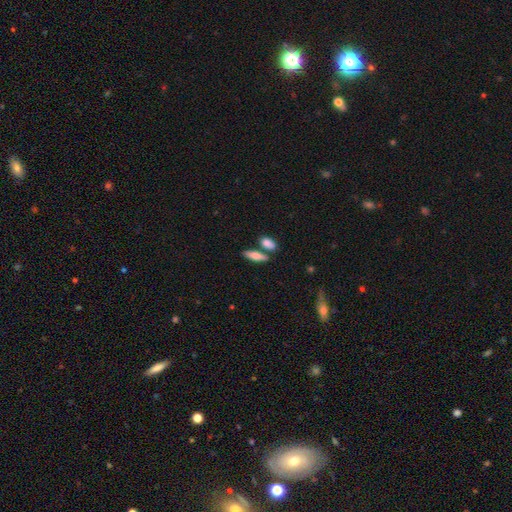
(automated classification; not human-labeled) A smooth galaxy with no disk features (70%) that is in between round and cigar-shaped (49%).

Vote fractions:
- Smooth or featured? smooth: 70% / featured or disk: 24% / star or artifact: 6%
- How rounded? in between: 49% / cigar-shaped: 48% / round: 4%
- Merging? none: 68% / merger: 19% / minor disturbance: 10% / major disturbance: 3%